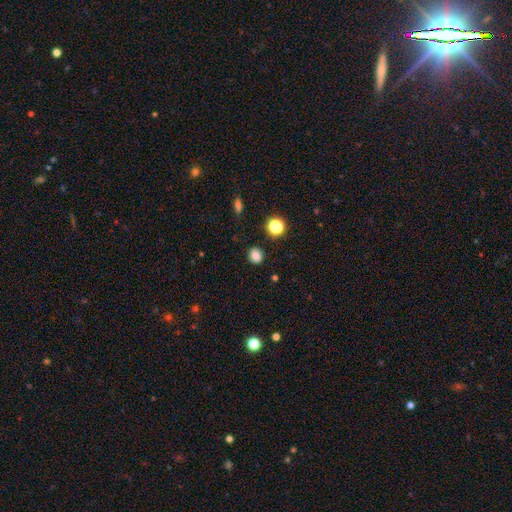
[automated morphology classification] smooth 82%, star or artifact 13%, featured or disk 5%. Down the decision tree: how rounded — round (73%); merging — none (88%).